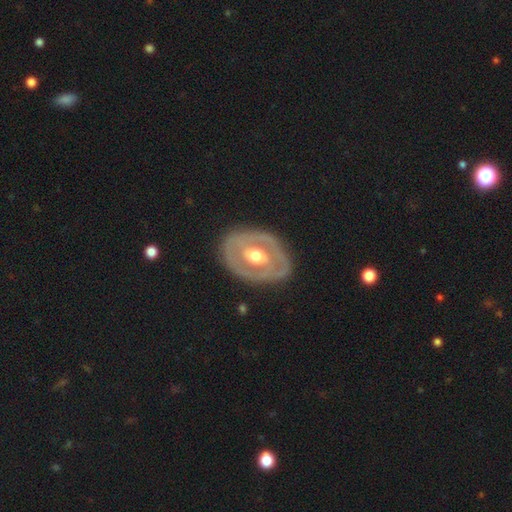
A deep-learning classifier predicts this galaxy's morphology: type=featured or disk (69%); edge-on=no (94%); bar=no (60%); spiral arms=no (69%); bulge=moderate (73%); merging=none (76%).